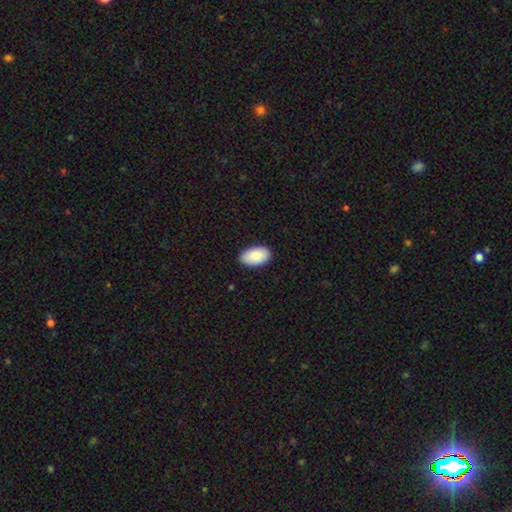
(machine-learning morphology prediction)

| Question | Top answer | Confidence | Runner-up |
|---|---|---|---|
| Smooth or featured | smooth | 90% | star or artifact (6%) |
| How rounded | in between | 96% | round (3%) |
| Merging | none | 88% | minor disturbance (9%) |